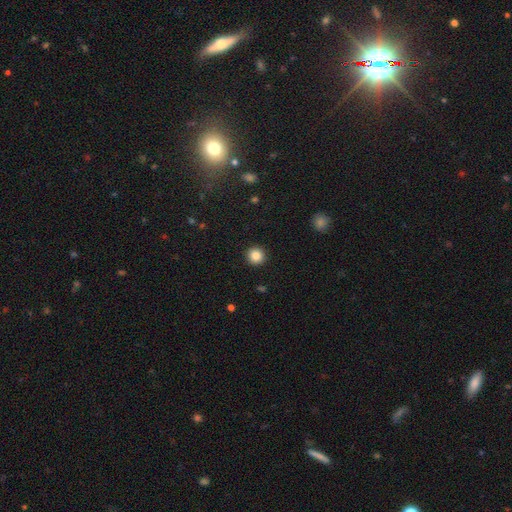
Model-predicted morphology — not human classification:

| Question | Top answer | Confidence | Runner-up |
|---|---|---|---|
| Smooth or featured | smooth | 86% | star or artifact (10%) |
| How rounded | round | 95% | in between (4%) |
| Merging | none | 93% | minor disturbance (5%) |